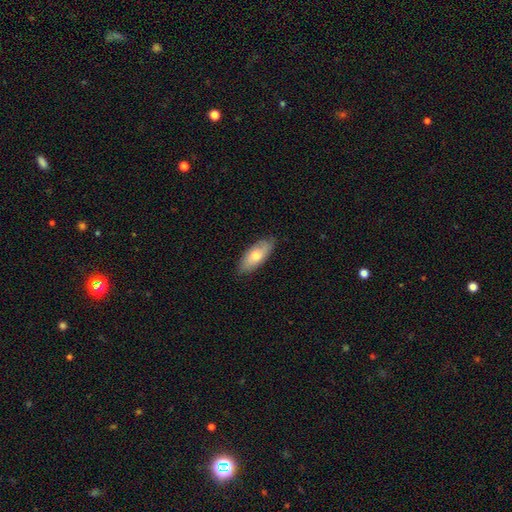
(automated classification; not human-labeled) Q: Smooth or featured?
A: smooth (70%); runner-up: featured or disk (24%)
Q: How rounded?
A: in between (81%); runner-up: cigar-shaped (17%)
Q: Merging?
A: none (82%); runner-up: minor disturbance (14%)